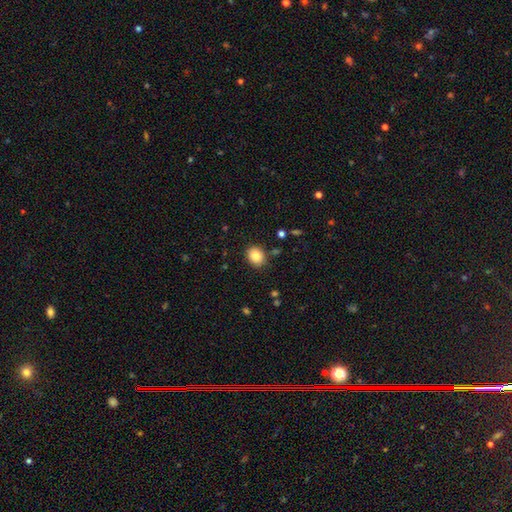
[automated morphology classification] type=smooth (84%); roundness=round (53%); merging=none (86%).